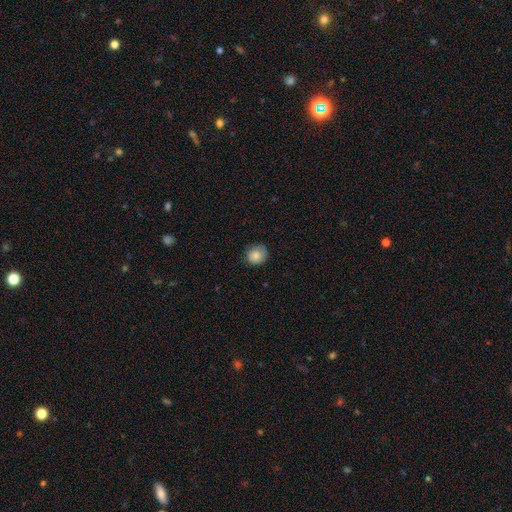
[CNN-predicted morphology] Smooth or featured?
  - smooth: 81% *
  - featured or disk: 11%
  - star or artifact: 8%
How rounded?
  - round: 79% *
  - in between: 20%
  - cigar-shaped: 1%
Merging?
  - none: 74% *
  - minor disturbance: 20%
  - major disturbance: 4%
  - merger: 1%